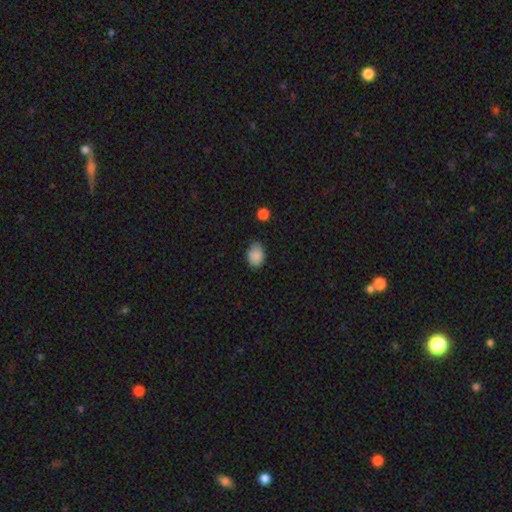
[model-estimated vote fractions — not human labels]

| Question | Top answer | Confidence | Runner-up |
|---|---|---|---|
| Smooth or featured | smooth | 87% | star or artifact (9%) |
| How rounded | in between | 67% | round (32%) |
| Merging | none | 67% | minor disturbance (27%) |